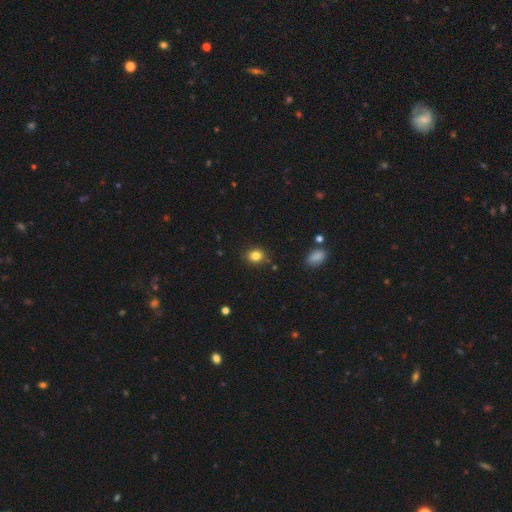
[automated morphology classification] Smooth or featured? Predicted: smooth (p=0.82). How rounded? Predicted: round (p=0.68). Merging? Predicted: none (p=0.85).